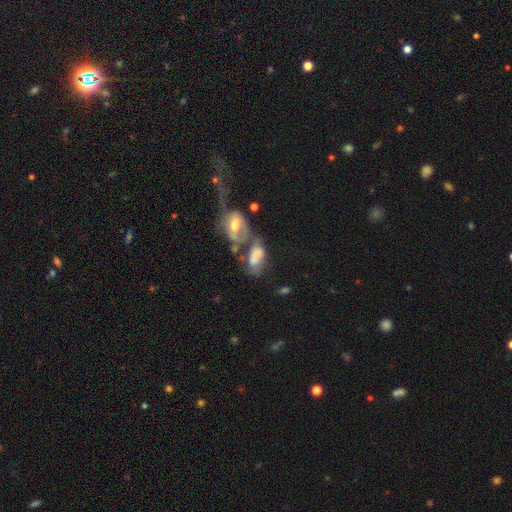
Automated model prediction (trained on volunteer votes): Overall: smooth (56%; featured or disk 34%). How rounded: in between (90%). Merging: merger (54%; major disturbance 21%).